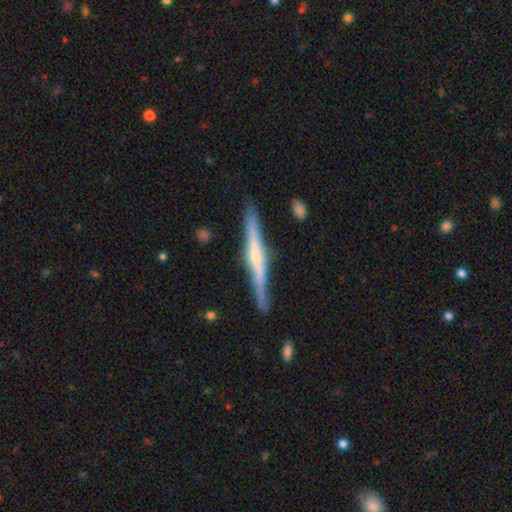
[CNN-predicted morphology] Smooth or featured? Predicted: featured or disk (p=0.69). Edge-on disk? Predicted: yes (p=0.97). Edge-on bulge? Predicted: rounded (p=0.57). Merging? Predicted: none (p=0.85).